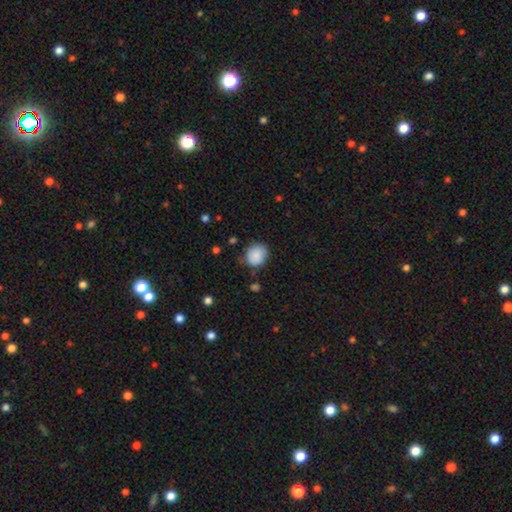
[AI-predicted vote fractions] smooth_or_featured: smooth (p=0.86) [alt: star or artifact p=0.08]
how_rounded: round (p=0.75) [alt: in between p=0.24]
merging: none (p=0.73) [alt: minor disturbance p=0.20]